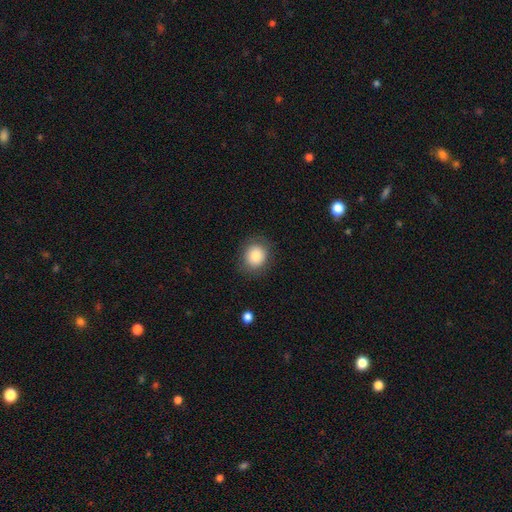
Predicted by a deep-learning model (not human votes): Q: Smooth or featured?
A: smooth (85%); runner-up: star or artifact (8%)
Q: How rounded?
A: round (76%); runner-up: in between (24%)
Q: Merging?
A: none (85%); runner-up: minor disturbance (10%)